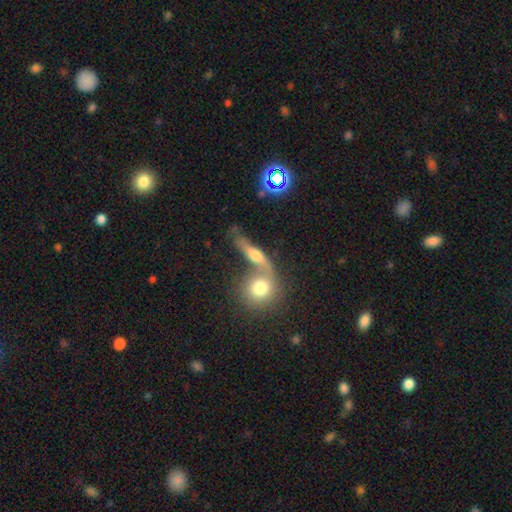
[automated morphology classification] The model was most divided on "smooth or featured": featured or disk: 45%, smooth: 42%, star or artifact: 13%. Remaining: merging — merger (44%).